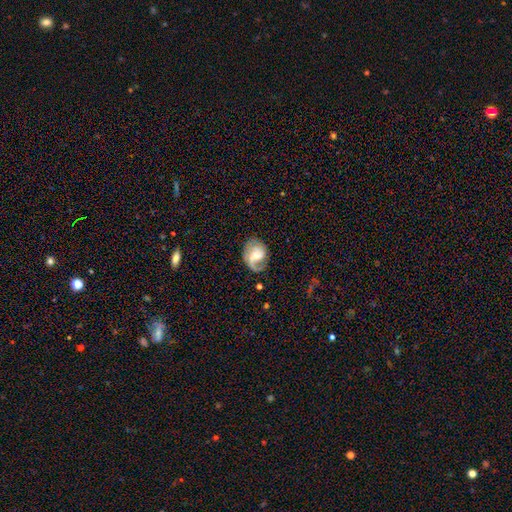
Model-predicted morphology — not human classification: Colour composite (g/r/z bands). It shows a featured or disk galaxy (75%) with a weak bar (46%), 2 (55%) medium (44%) spiral arms (92%) and a moderate central bulge (54%). Merging: none (64%).